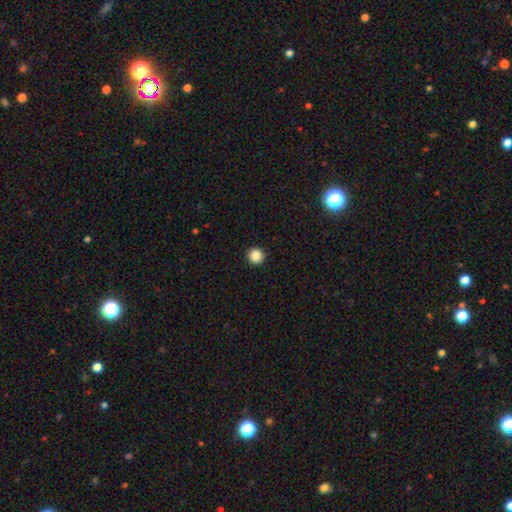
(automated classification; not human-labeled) The model was most divided on "smooth or featured": smooth: 86%, star or artifact: 10%, featured or disk: 4%. More confident: how rounded — round (95%); merging — none (93%).